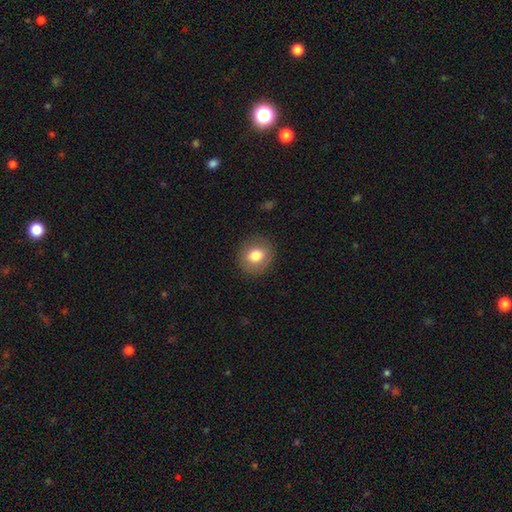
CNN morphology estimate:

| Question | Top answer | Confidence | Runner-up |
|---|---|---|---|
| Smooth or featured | smooth | 78% | featured or disk (13%) |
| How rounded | round | 79% | in between (20%) |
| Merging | none | 87% | minor disturbance (9%) |